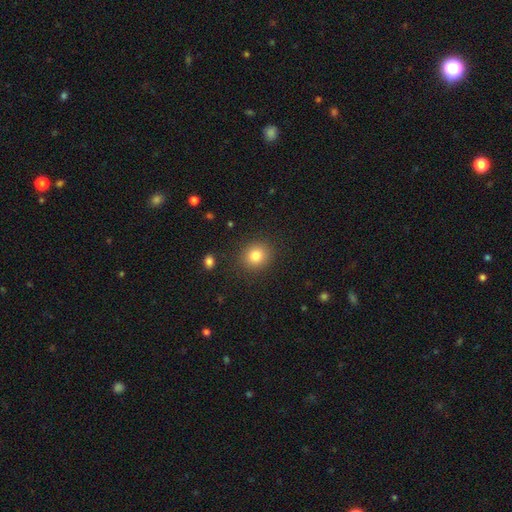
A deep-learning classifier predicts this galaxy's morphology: This is clearly a smooth galaxy (82%). How rounded: likely round (80%). Merging: clearly none (89%).